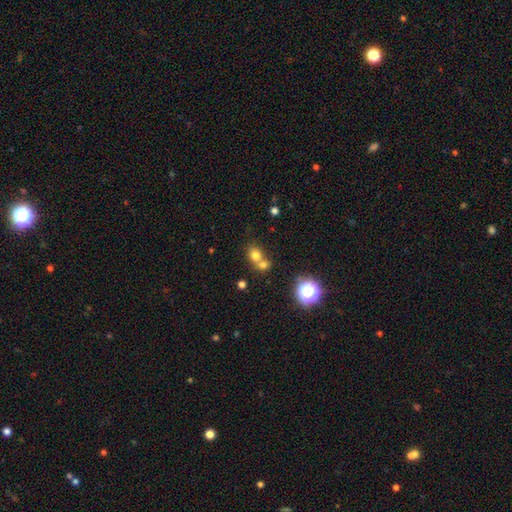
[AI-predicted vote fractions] Overall: smooth (72%). How rounded: round (71%). Merging: merger (54%; none 37%).